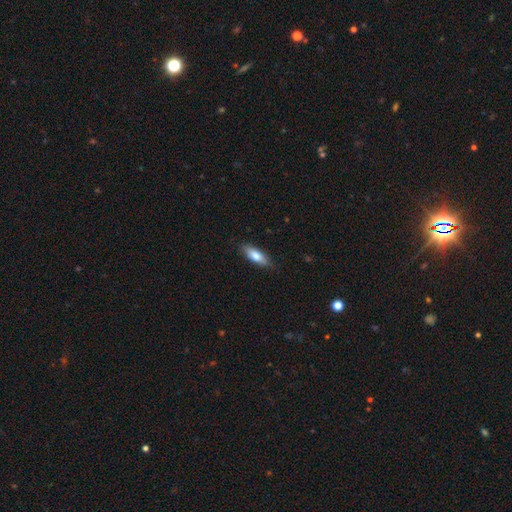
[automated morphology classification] Smooth or featured: smooth — 74% (featured or disk — 20%)
How rounded: in between — 58% (cigar-shaped — 40%)
Merging: none — 85% (minor disturbance — 12%)